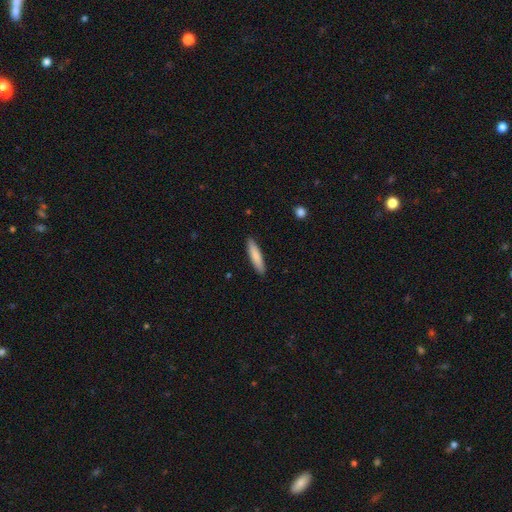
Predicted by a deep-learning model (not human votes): A smooth galaxy with no disk features (81%) that is cigar-shaped (85%).

Vote fractions:
- Smooth or featured? smooth: 81% / featured or disk: 14% / star or artifact: 5%
- How rounded? cigar-shaped: 85% / in between: 14% / round: 1%
- Merging? none: 90% / minor disturbance: 7% / major disturbance: 1% / merger: 1%